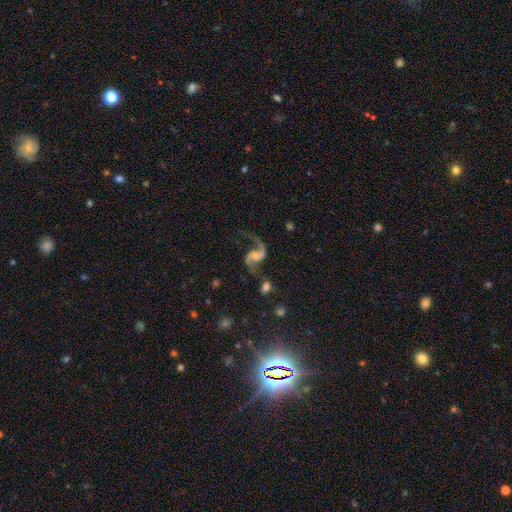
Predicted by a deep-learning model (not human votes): Morphology: type=featured or disk (90%); edge-on=no (98%); bar=no (49%); spiral arms=yes (97%); winding=loose (74%); arm count=2 (89%); bulge=small (44%); merging=none (60%).